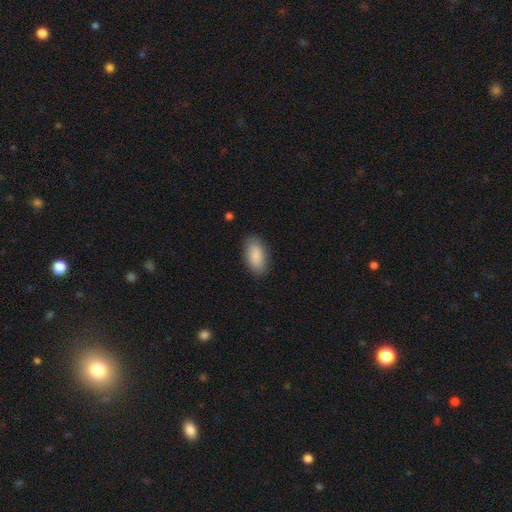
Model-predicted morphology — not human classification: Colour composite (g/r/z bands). It shows a smooth galaxy with no disk features (86%) that is in between round and cigar-shaped (93%). Merging: none (84%).